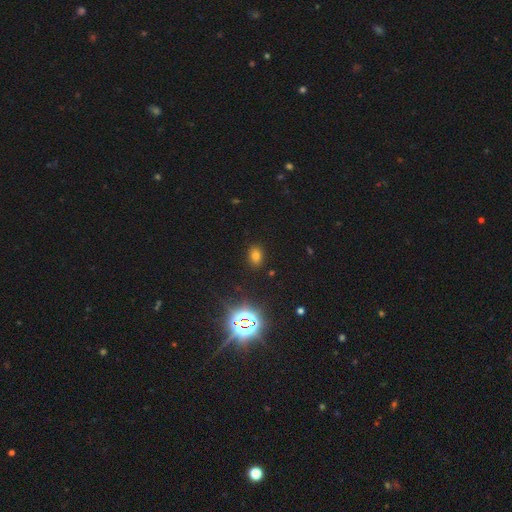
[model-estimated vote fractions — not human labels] A smooth galaxy with no disk features (68%) that is in between round and cigar-shaped (72%). Merging: none (87%).